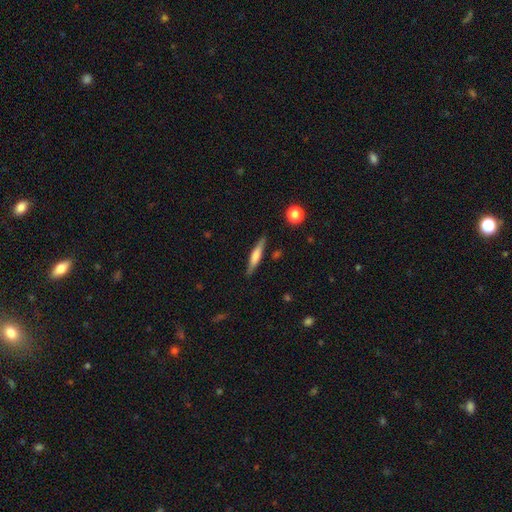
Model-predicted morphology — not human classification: The model was most divided on "smooth or featured": smooth: 54%, featured or disk: 39%, star or artifact: 6%. More confident: how rounded — cigar-shaped (89%); merging — none (85%).